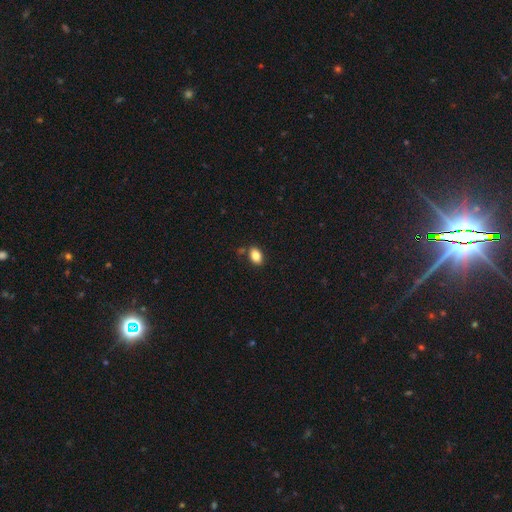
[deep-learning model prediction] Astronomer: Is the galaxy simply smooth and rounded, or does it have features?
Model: smooth — 85%.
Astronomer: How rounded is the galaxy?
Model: in between — 86%.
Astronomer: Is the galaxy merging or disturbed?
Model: none — 79%.